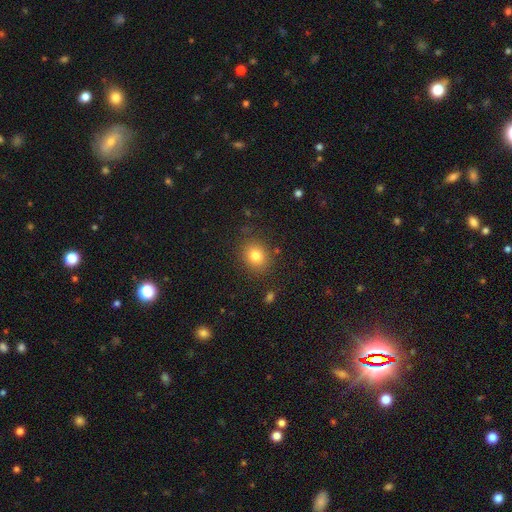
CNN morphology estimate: Overall: smooth (81%). How rounded: round (68%; in between 31%). Merging: none (85%).